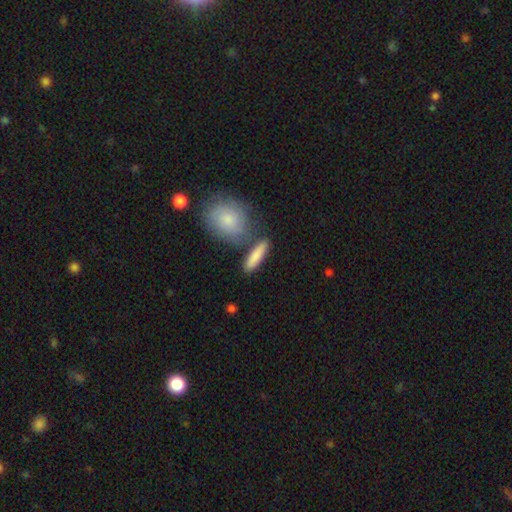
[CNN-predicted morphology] Overall: smooth (81%). How rounded: cigar-shaped (61%; in between 34%). Merging: none (72%).